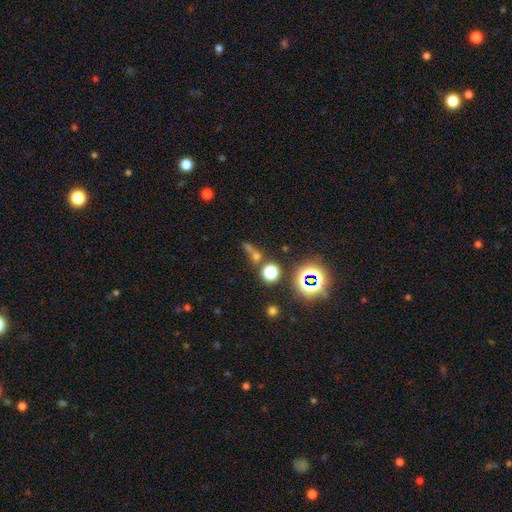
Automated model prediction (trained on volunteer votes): Morphology: type=star or artifact (44%).